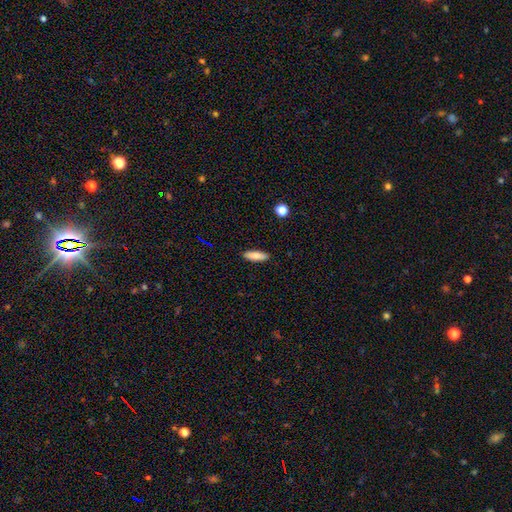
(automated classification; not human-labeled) Smooth or featured? Predicted: smooth (p=0.82). How rounded? Predicted: cigar-shaped (p=0.50). Merging? Predicted: none (p=0.89).